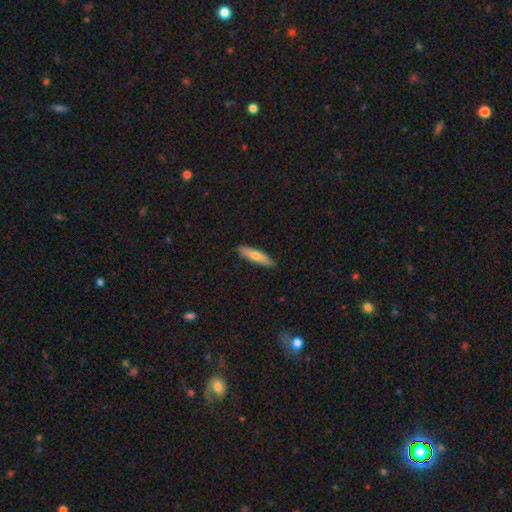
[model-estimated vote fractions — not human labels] Smooth or featured? smooth (66%)
How rounded? cigar-shaped (79%)
Merging? none (89%)